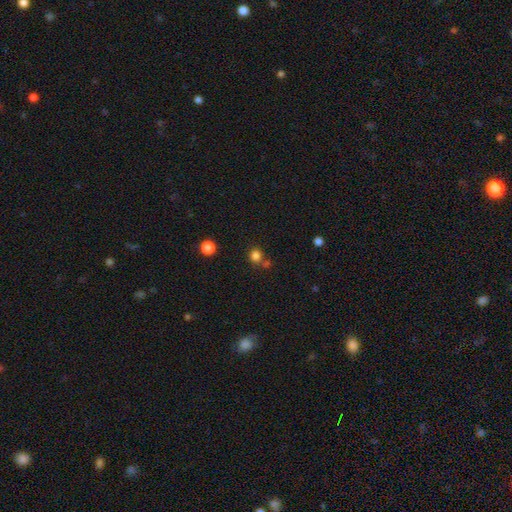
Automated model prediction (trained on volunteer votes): smooth 80%, star or artifact 15%, featured or disk 5%. Down the decision tree: how rounded — round (85%); merging — none (67%).